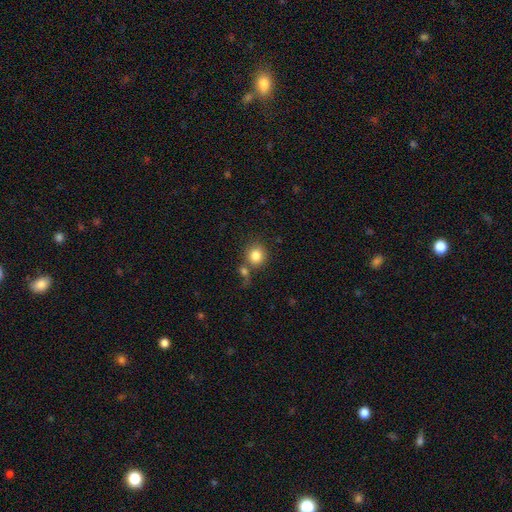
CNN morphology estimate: Overall: smooth (84%). How rounded: round (86%). Merging: none (64%).